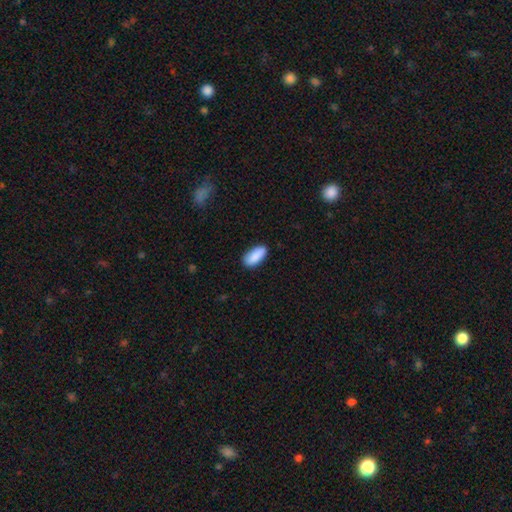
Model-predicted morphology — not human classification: smooth-or-featured: smooth: 90% | star or artifact: 6% | featured or disk: 4%
  how-rounded: in between: 88% | cigar-shaped: 10% | round: 2%
  merging: none: 86% | minor disturbance: 11% | major disturbance: 2% | merger: 1%